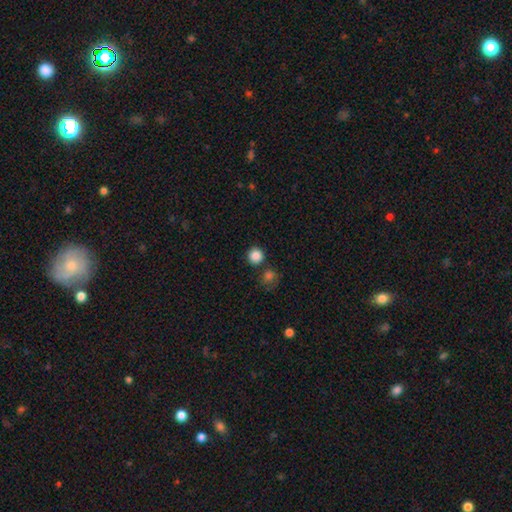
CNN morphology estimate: A smooth galaxy with no disk features (86%) that is round (94%).

Vote fractions:
- Smooth or featured? smooth: 86% / star or artifact: 11% / featured or disk: 4%
- How rounded? round: 94% / in between: 5% / cigar-shaped: 1%
- Merging? none: 80% / merger: 10% / minor disturbance: 7% / major disturbance: 3%